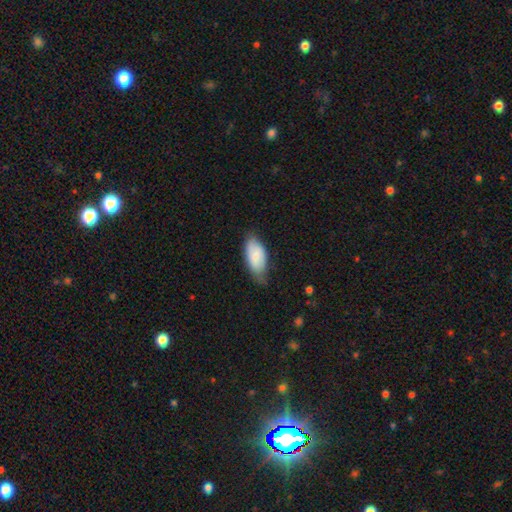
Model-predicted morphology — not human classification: type=smooth (76%); roundness=in between (93%); merging=none (57%).